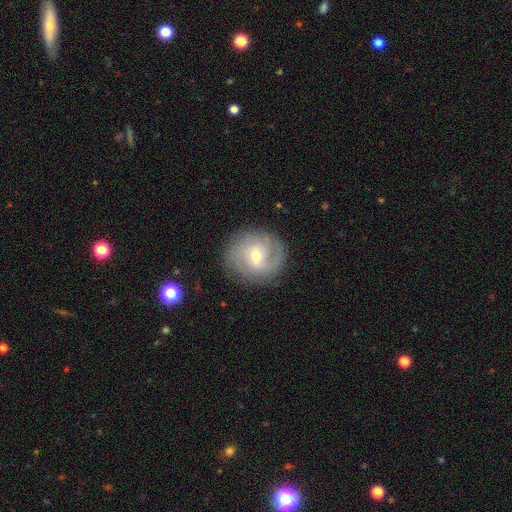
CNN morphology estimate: type=featured or disk (74%); edge-on=no (97%); bar=weak (52%); spiral arms=yes (91%); winding=tight (50%); arm count=2 (52%); bulge=moderate (49%); merging=none (83%).